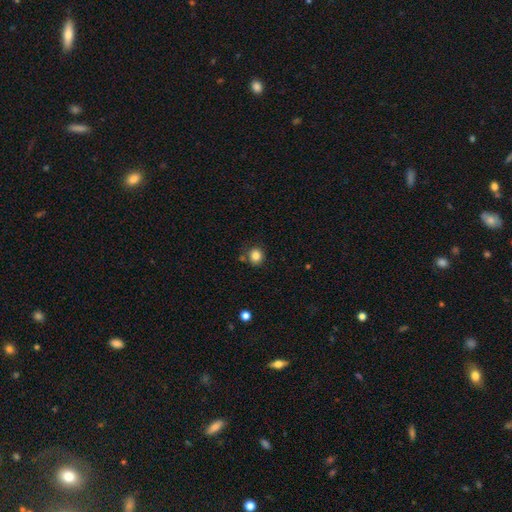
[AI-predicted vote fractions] smooth_or_featured: smooth (p=0.83) [alt: star or artifact p=0.11]
how_rounded: round (p=0.87) [alt: in between p=0.12]
merging: none (p=0.81) [alt: minor disturbance p=0.10]